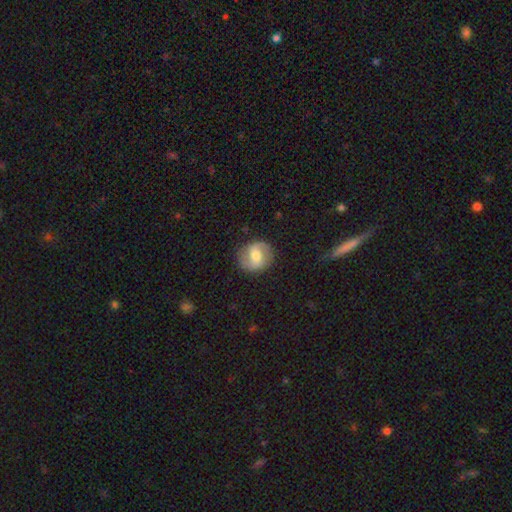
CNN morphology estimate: This is likely a featured or disk galaxy (64%). It is clearly not viewed edge-on (97%). Bar: possibly weak (47%). Spiral arm pattern: clearly yes (84%). Spiral arm count: clearly 2 (89%). Spiral winding: possibly medium (46%). Central bulge: likely moderate (65%). Merging: clearly none (84%).